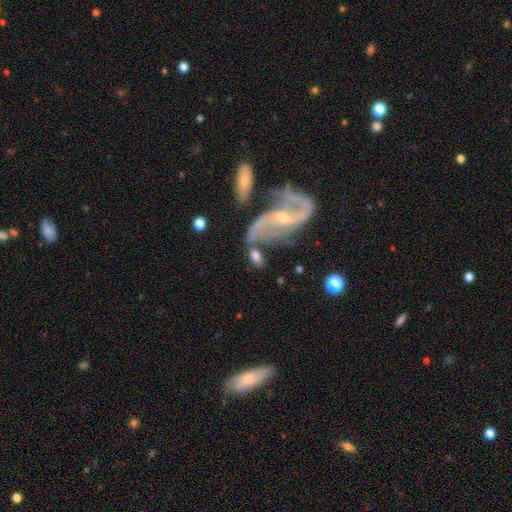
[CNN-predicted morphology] This is possibly a smooth galaxy (46%, tied with featured or disk). Merging: marginally none (41%).